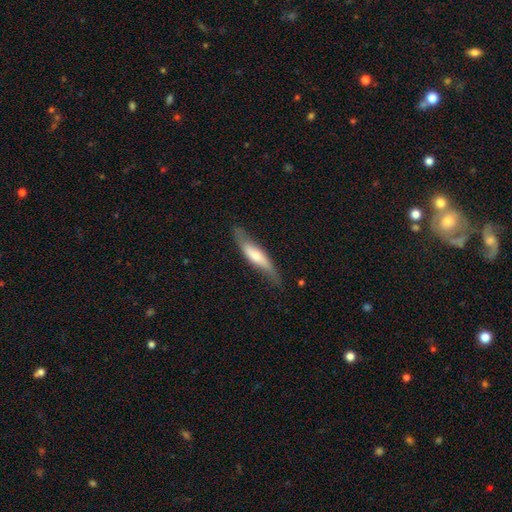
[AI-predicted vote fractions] Smooth or featured: smooth — 47% (tied with featured or disk — 47%)
Merging: none — 71% (minor disturbance — 21%)